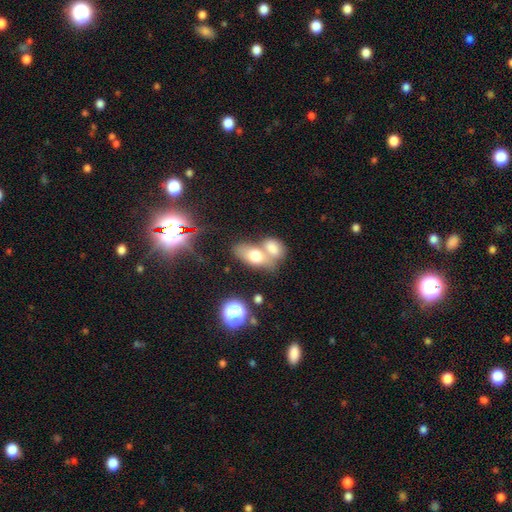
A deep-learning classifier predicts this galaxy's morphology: Smooth or featured? smooth (70%)
How rounded? in between (83%)
Merging? merger (61%)